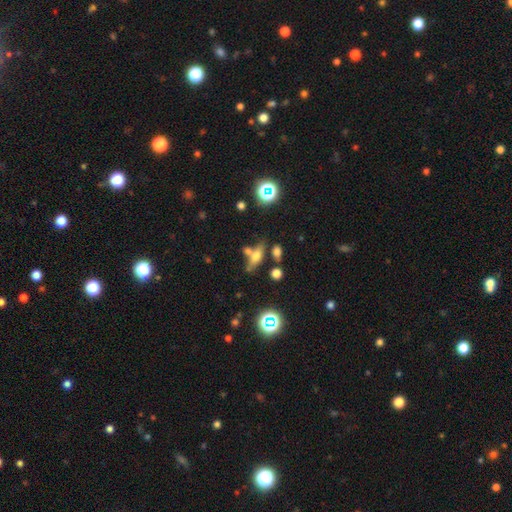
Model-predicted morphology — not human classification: A smooth galaxy with no disk features (51%) that is in between round and cigar-shaped (54%).

Vote fractions:
- Smooth or featured? smooth: 51% / featured or disk: 33% / star or artifact: 16%
- How rounded? in between: 54% / cigar-shaped: 37% / round: 9%
- Merging? none: 53% / merger: 26% / minor disturbance: 15% / major disturbance: 7%